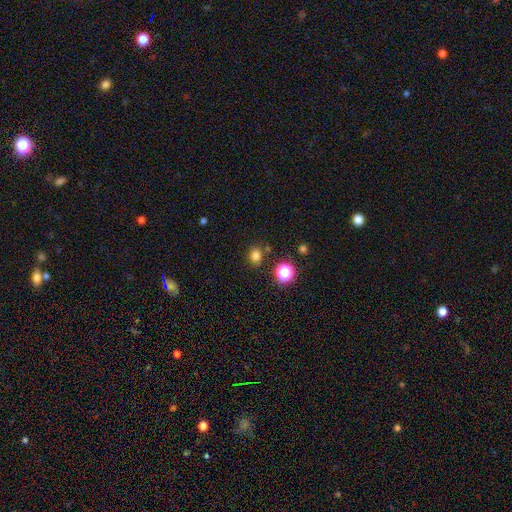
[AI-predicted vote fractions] Smooth or featured?
  - smooth: 77% *
  - star or artifact: 18%
  - featured or disk: 6%
How rounded?
  - round: 71% *
  - in between: 28%
  - cigar-shaped: 1%
Merging?
  - none: 81% *
  - minor disturbance: 10%
  - merger: 5%
  - major disturbance: 3%